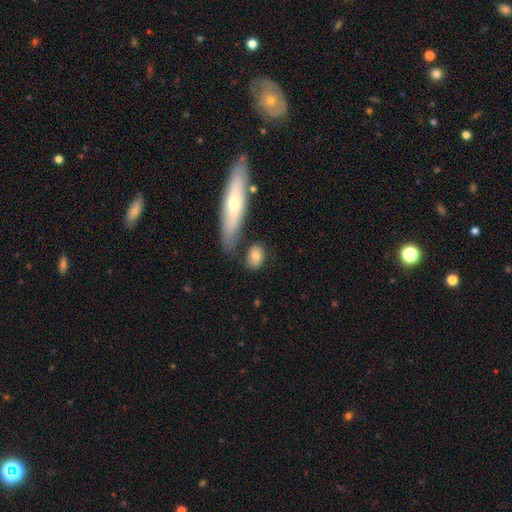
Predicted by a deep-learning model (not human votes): Smooth or featured: smooth — 75% (featured or disk — 17%)
How rounded: in between — 64% (round — 28%)
Merging: none — 68% (minor disturbance — 15%)